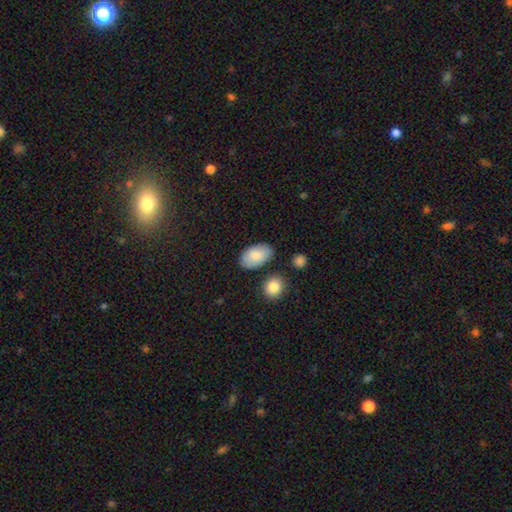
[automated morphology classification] A smooth galaxy with no disk features (82%) that is in between round and cigar-shaped (94%). Merging: none (79%).